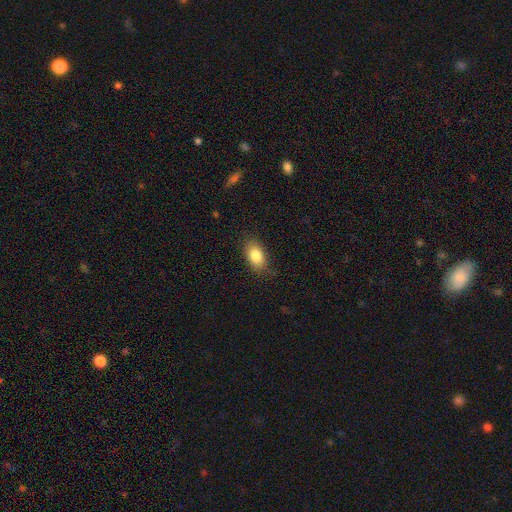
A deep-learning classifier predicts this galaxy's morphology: smooth-or-featured: smooth: 84% | featured or disk: 8% | star or artifact: 8%
  how-rounded: in between: 88% | round: 9% | cigar-shaped: 2%
  merging: none: 84% | minor disturbance: 12% | major disturbance: 3% | merger: 1%